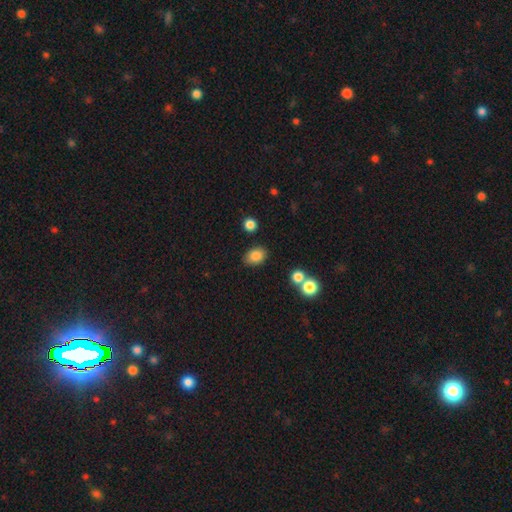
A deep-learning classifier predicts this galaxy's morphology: A smooth galaxy with no disk features (84%) that is in between round and cigar-shaped (73%).

Vote fractions:
- Smooth or featured? smooth: 84% / star or artifact: 10% / featured or disk: 6%
- How rounded? in between: 73% / round: 26% / cigar-shaped: 1%
- Merging? none: 80% / minor disturbance: 12% / merger: 5% / major disturbance: 3%